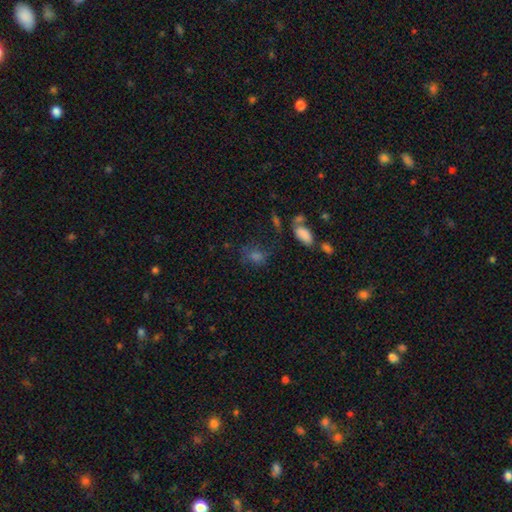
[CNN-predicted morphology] smooth-or-featured: smooth: 59% | star or artifact: 26% | featured or disk: 15%
  how-rounded: in between: 58% | round: 39% | cigar-shaped: 3%
  merging: none: 54% | minor disturbance: 20% | major disturbance: 16% | merger: 9%